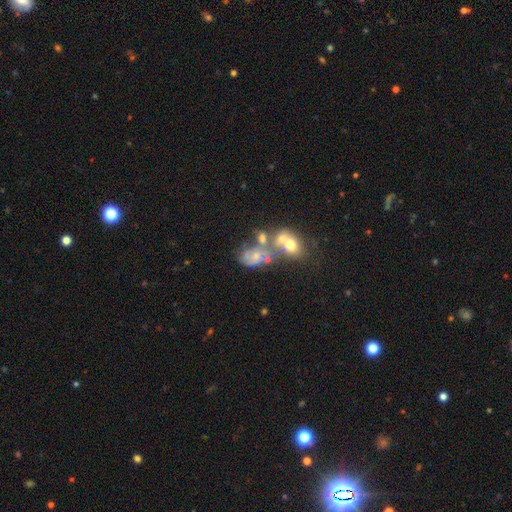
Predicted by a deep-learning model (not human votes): Smooth or featured? featured or disk (52%)
Edge-on disk? no (97%)
Bar? no (87%)
Spiral arms? no (79%)
Bulge size? none (32%)
Merging? merger (53%)